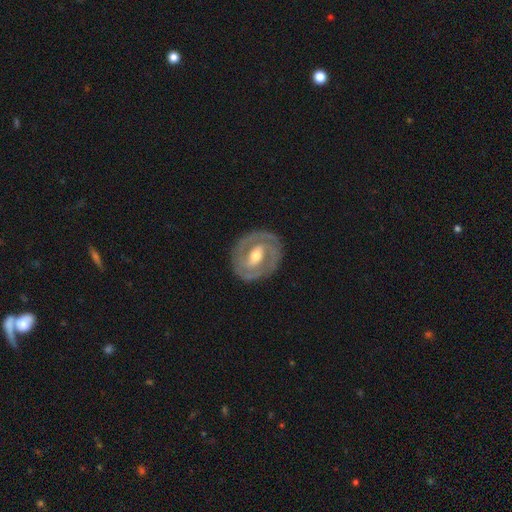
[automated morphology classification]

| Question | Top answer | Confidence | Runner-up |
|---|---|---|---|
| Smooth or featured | featured or disk | 82% | smooth (13%) |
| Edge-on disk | no | 96% | yes (4%) |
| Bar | weak | 42% | strong (40%) |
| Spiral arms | yes | 81% | no (19%) |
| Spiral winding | tight | 65% | medium (28%) |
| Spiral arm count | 2 | 78% | can't tell (11%) |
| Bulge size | moderate | 70% | small (21%) |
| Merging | none | 84% | minor disturbance (11%) |